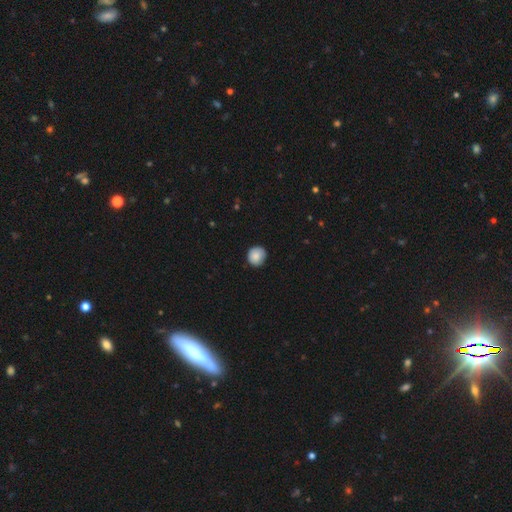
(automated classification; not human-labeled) smooth 84%, featured or disk 8%, star or artifact 8%. Down the decision tree: how rounded — round (90%); merging — none (84%).